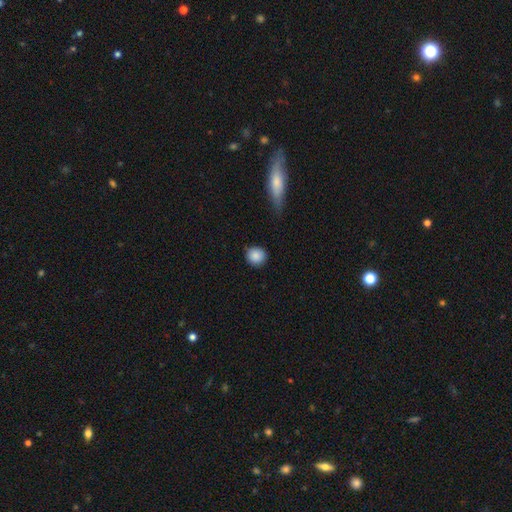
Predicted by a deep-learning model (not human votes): smooth-or-featured: smooth: 88% | star or artifact: 8% | featured or disk: 4%
  how-rounded: round: 89% | in between: 10% | cigar-shaped: 1%
  merging: none: 85% | minor disturbance: 10% | major disturbance: 3% | merger: 2%